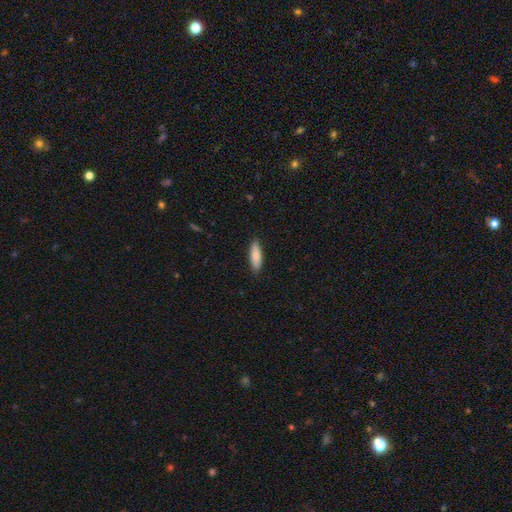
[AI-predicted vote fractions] Smooth or featured: smooth — 85% (featured or disk — 10%)
How rounded: cigar-shaped — 54% (in between — 45%)
Merging: none — 89% (minor disturbance — 9%)